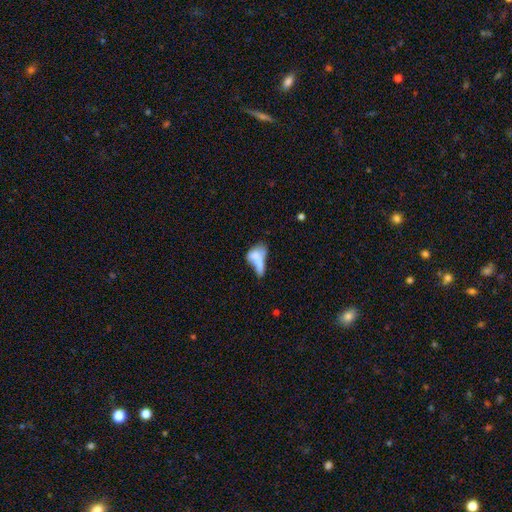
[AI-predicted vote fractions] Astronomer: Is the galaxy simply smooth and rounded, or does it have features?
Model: smooth — 57% (runner-up: featured or disk, 34%).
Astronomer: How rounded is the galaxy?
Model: in between — 78%.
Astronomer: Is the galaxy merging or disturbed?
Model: merger — 60%.